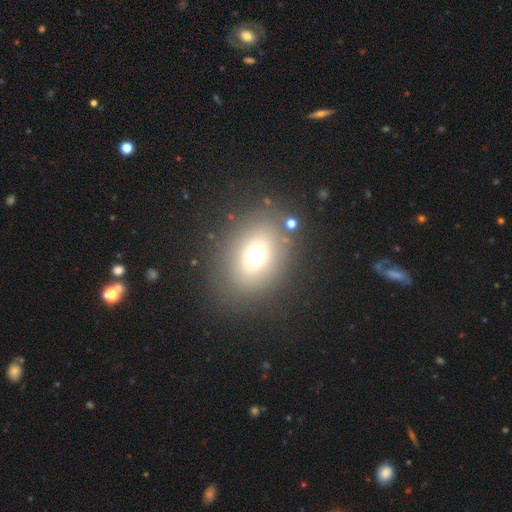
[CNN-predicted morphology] Smooth or featured? Predicted: smooth (p=0.69). How rounded? Predicted: in between (p=0.64). Merging? Predicted: none (p=0.81).